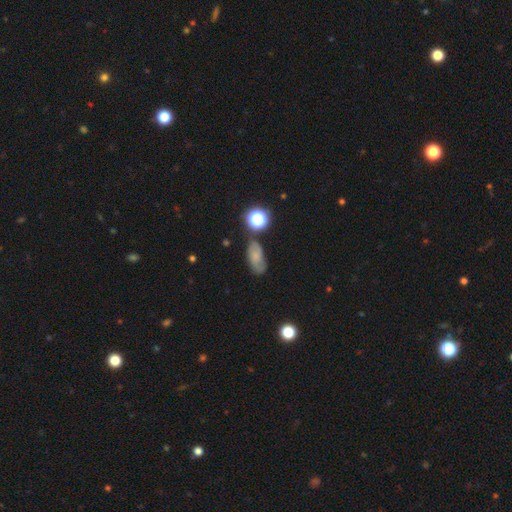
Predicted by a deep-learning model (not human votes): This appears to be a smooth galaxy with no disk features (58%) that is in between round and cigar-shaped (83%). Merging: none (64%).